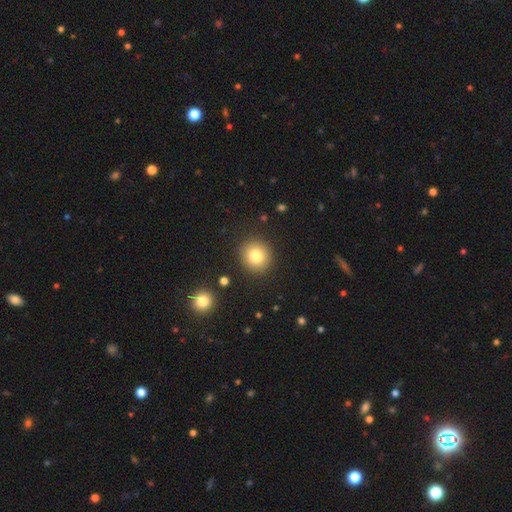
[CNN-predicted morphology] smooth 82%, star or artifact 11%, featured or disk 8%. Down the decision tree: how rounded — round (86%); merging — none (89%).